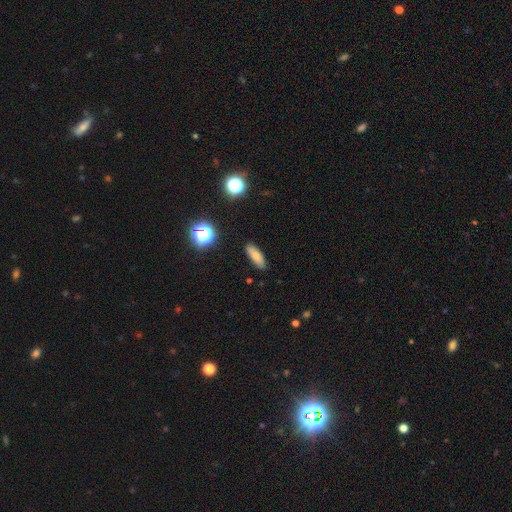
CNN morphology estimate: Smooth or featured? Predicted: smooth (p=0.76). How rounded? Predicted: in between (p=0.56). Merging? Predicted: none (p=0.87).